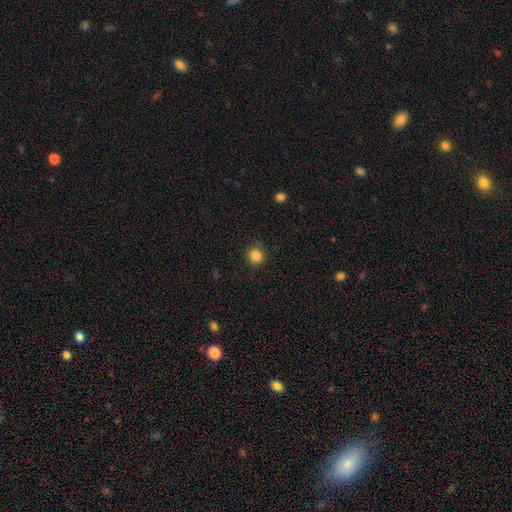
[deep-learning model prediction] Smooth or featured?
  - smooth: 85% *
  - star or artifact: 11%
  - featured or disk: 4%
How rounded?
  - round: 89% *
  - in between: 10%
  - cigar-shaped: 1%
Merging?
  - none: 86% *
  - minor disturbance: 10%
  - major disturbance: 3%
  - merger: 1%